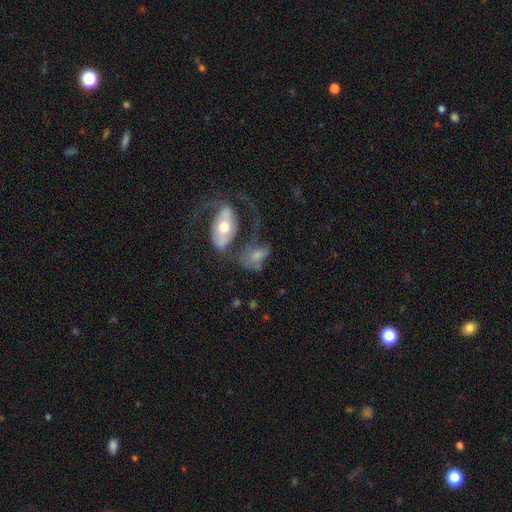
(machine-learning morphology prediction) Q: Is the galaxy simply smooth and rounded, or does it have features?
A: smooth — 46%, tied with featured or disk.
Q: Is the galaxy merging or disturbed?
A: major disturbance — 32%.